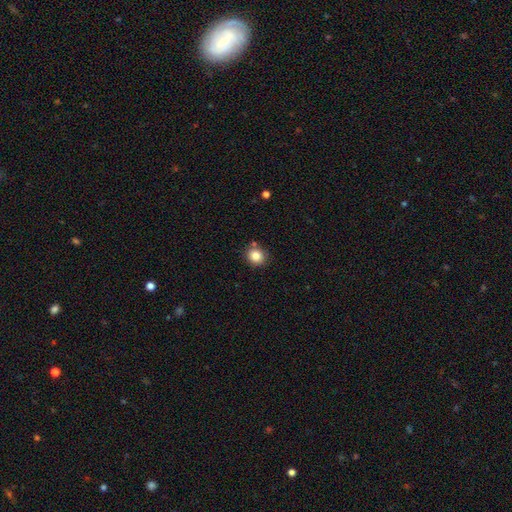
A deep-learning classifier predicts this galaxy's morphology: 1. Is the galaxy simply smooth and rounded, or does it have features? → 84% smooth, 11% star or artifact, 6% featured or disk.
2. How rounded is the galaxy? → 79% round, 20% in between, 1% cigar-shaped.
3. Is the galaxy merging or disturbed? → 80% none, 11% minor disturbance, 6% merger, 3% major disturbance.